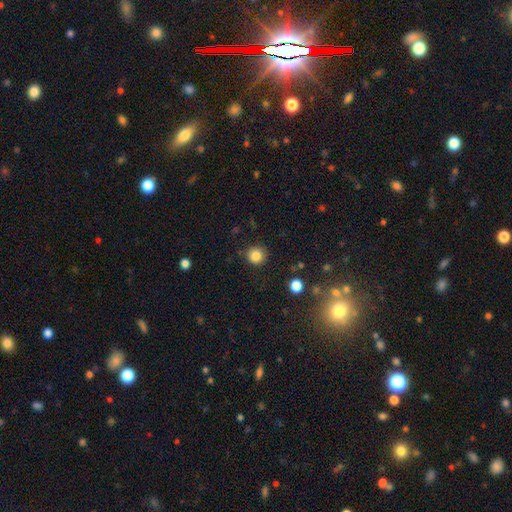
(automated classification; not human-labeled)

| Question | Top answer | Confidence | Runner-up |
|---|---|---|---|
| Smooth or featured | smooth | 84% | star or artifact (11%) |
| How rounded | round | 93% | in between (6%) |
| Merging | none | 87% | minor disturbance (9%) |